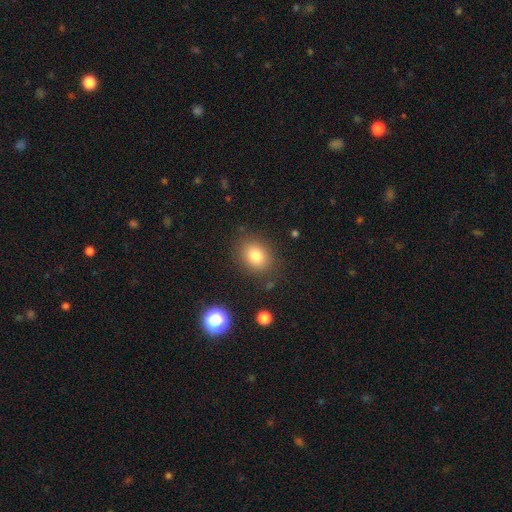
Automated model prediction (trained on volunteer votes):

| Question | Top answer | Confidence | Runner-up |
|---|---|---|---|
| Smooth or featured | smooth | 81% | star or artifact (11%) |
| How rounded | in between | 57% | round (42%) |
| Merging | none | 83% | minor disturbance (11%) |